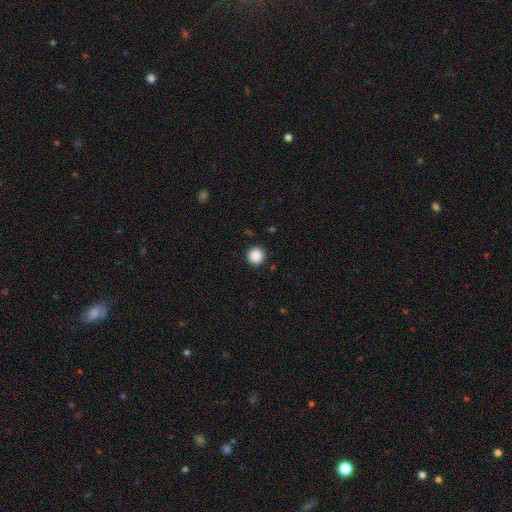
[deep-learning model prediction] Smooth or featured? Predicted: smooth (p=0.88). How rounded? Predicted: round (p=0.96). Merging? Predicted: none (p=0.93).